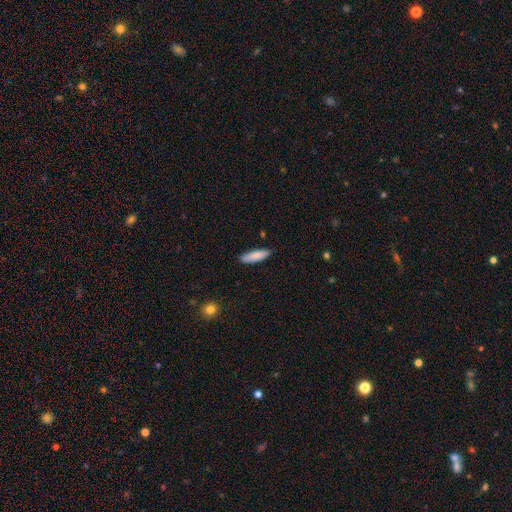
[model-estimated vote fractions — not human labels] smooth-or-featured: smooth: 85% | featured or disk: 9% | star or artifact: 6%
  how-rounded: cigar-shaped: 56% | in between: 43% | round: 2%
  merging: none: 86% | minor disturbance: 11% | major disturbance: 2% | merger: 1%